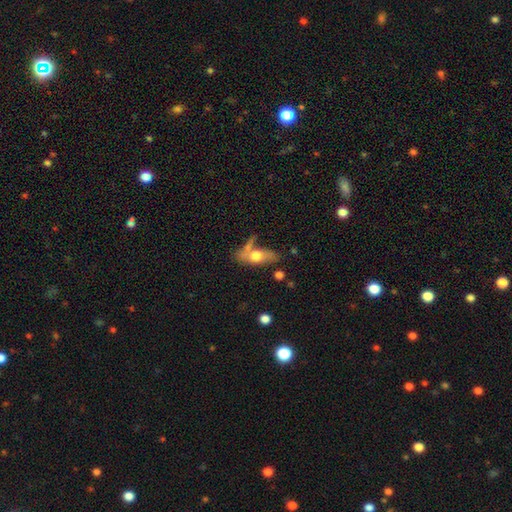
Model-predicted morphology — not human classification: Overall: smooth (58%; featured or disk 34%). How rounded: in between (72%). Merging: none (44%; merger 24%).